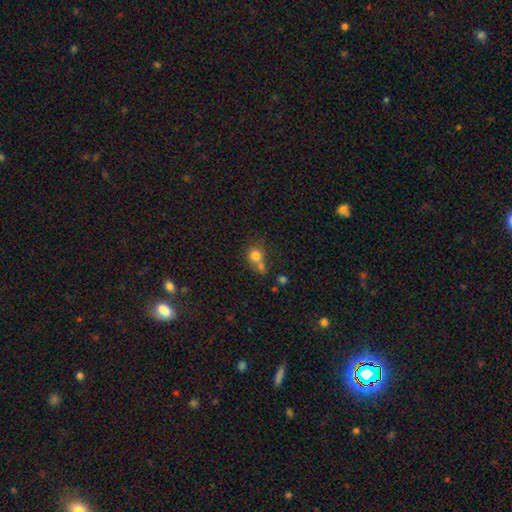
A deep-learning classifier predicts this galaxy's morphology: This is likely a smooth galaxy (76%). How rounded: likely round (78%). Merging: possibly merger (45%).